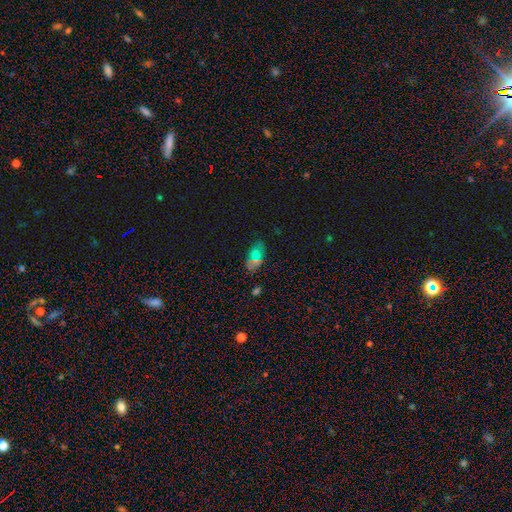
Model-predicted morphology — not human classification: smooth-or-featured: smooth: 61% | star or artifact: 25% | featured or disk: 14%
  how-rounded: in between: 87% | cigar-shaped: 6% | round: 6%
  merging: none: 73% | minor disturbance: 15% | merger: 7% | major disturbance: 5%